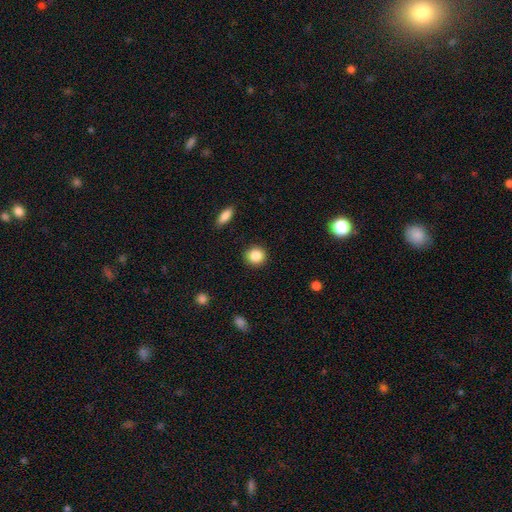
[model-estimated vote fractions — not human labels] Smooth or featured? smooth (87%)
How rounded? round (90%)
Merging? none (91%)